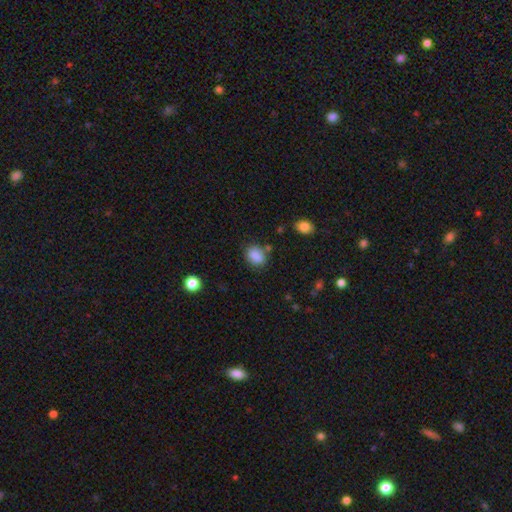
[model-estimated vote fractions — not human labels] Q: Smooth or featured?
A: smooth (86%); runner-up: star or artifact (9%)
Q: How rounded?
A: in between (56%); runner-up: round (42%)
Q: Merging?
A: none (73%); runner-up: minor disturbance (17%)